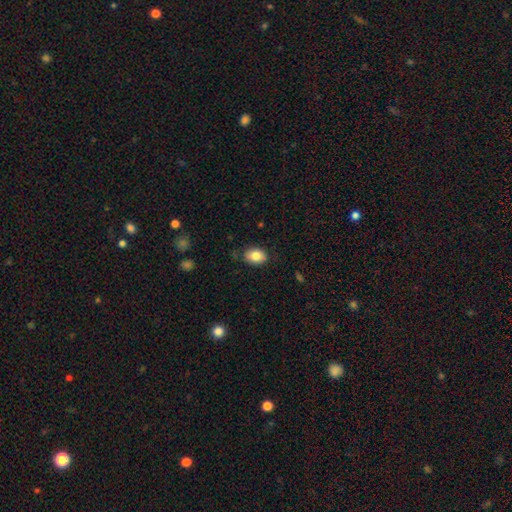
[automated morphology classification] type=smooth (82%); roundness=in between (77%); merging=none (81%).